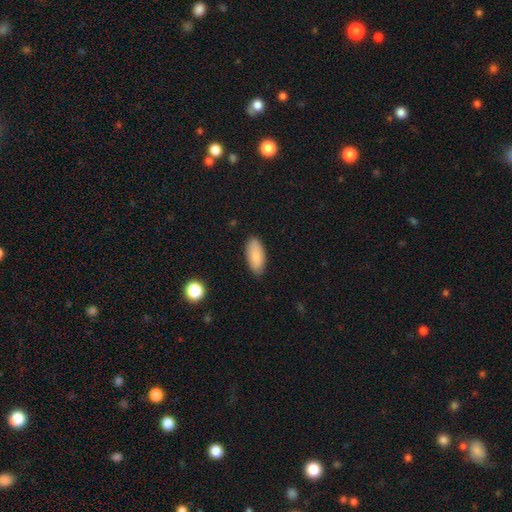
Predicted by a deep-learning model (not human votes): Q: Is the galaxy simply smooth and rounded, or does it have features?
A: smooth — 85%.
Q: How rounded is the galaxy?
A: in between — 88%.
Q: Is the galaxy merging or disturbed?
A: none — 85%.